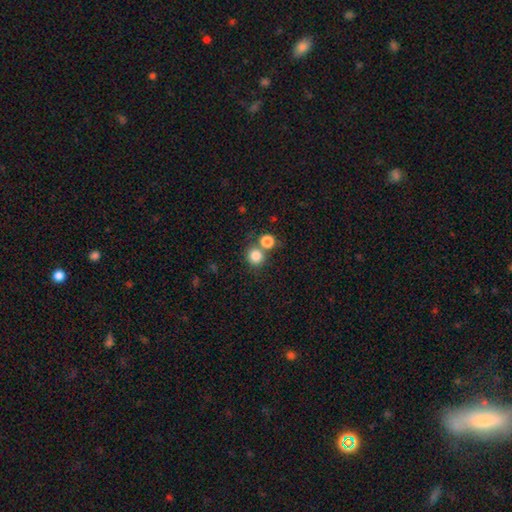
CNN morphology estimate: type=smooth (83%); roundness=round (90%); merging=none (61%).